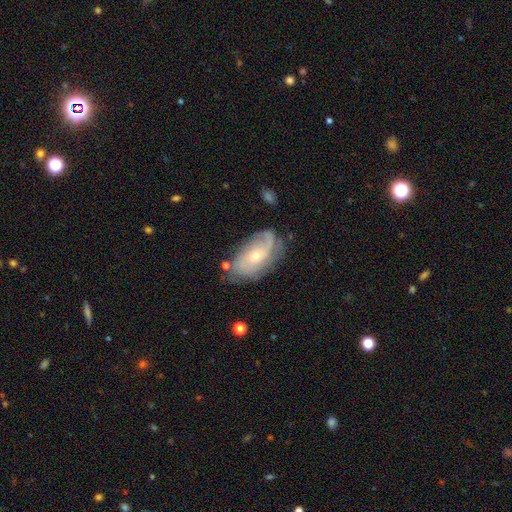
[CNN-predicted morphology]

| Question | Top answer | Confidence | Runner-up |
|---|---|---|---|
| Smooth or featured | featured or disk | 72% | smooth (21%) |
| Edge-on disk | no | 94% | yes (6%) |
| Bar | no | 70% | weak (26%) |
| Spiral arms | yes | 89% | no (11%) |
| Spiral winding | tight | 43% | medium (35%) |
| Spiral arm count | can't tell | 37% | 2 (33%) |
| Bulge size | small | 61% | moderate (35%) |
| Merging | none | 64% | minor disturbance (24%) |